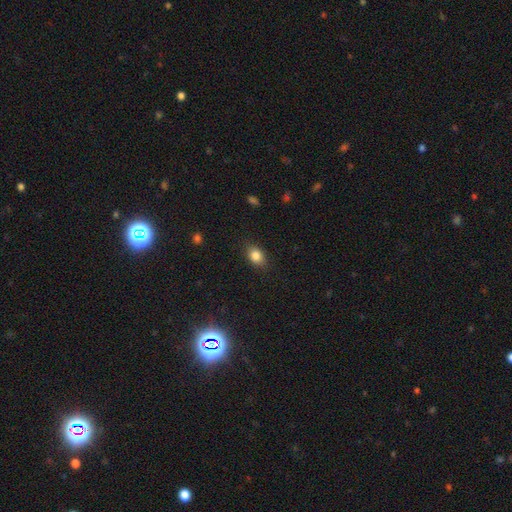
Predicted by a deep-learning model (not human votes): A smooth galaxy with no disk features (84%) that is in between round and cigar-shaped (72%). Merging: none (85%).